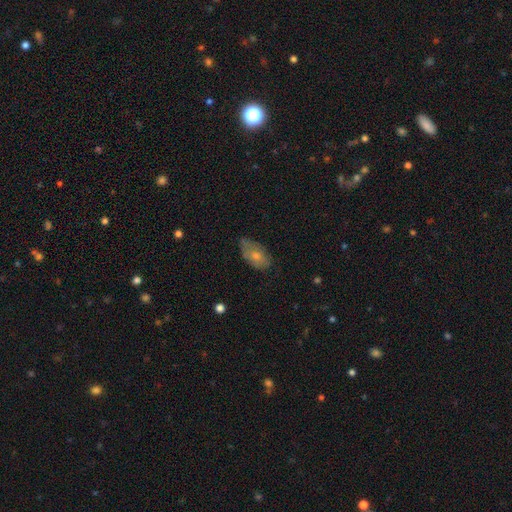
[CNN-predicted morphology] Smooth or featured: smooth — 68% (featured or disk — 25%)
How rounded: in between — 91% (round — 5%)
Merging: none — 54% (minor disturbance — 34%)